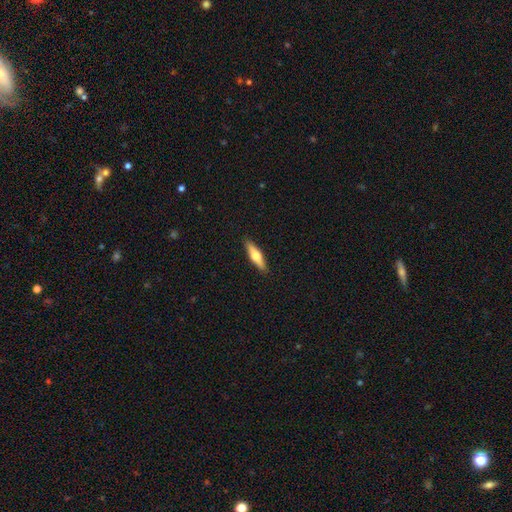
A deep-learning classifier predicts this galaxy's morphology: A smooth galaxy with no disk features (48%). Merging: none (90%).